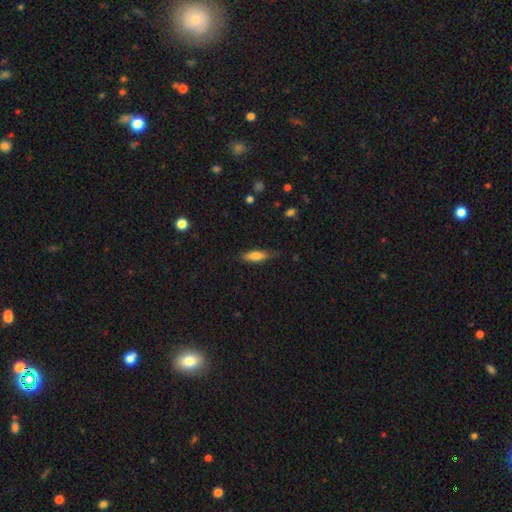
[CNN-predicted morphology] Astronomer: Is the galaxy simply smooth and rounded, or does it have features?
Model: smooth — 76%.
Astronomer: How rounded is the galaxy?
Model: in between — 52% (runner-up: cigar-shaped, 45%).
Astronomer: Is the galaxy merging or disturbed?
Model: none — 74%.